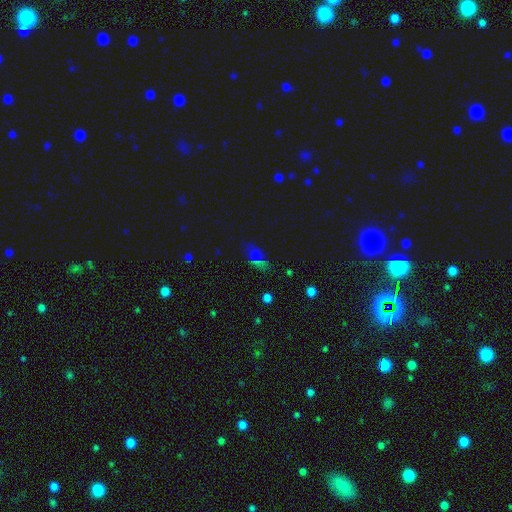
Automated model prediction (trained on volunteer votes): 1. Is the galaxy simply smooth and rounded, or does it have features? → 48% smooth, 41% star or artifact, 11% featured or disk.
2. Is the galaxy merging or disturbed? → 72% none, 15% minor disturbance, 7% major disturbance, 6% merger.